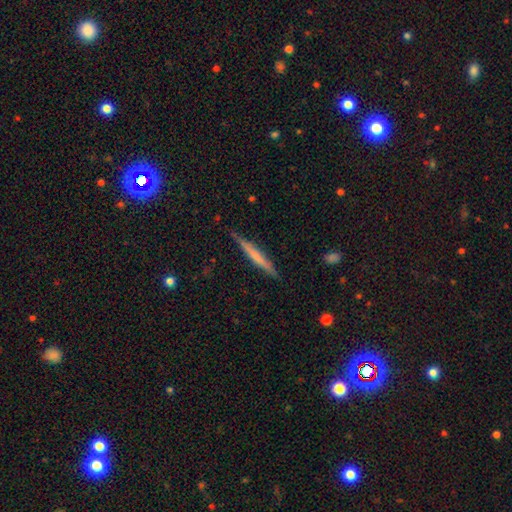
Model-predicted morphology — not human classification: This is possibly a smooth galaxy (50%). Merging: clearly none (87%).